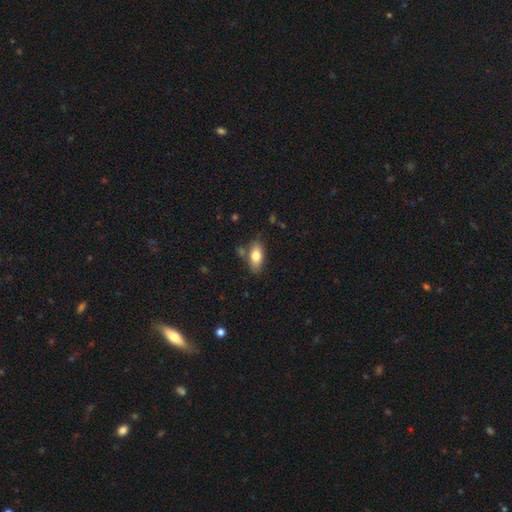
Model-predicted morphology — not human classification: Smooth or featured? smooth (78%)
How rounded? in between (87%)
Merging? none (74%)